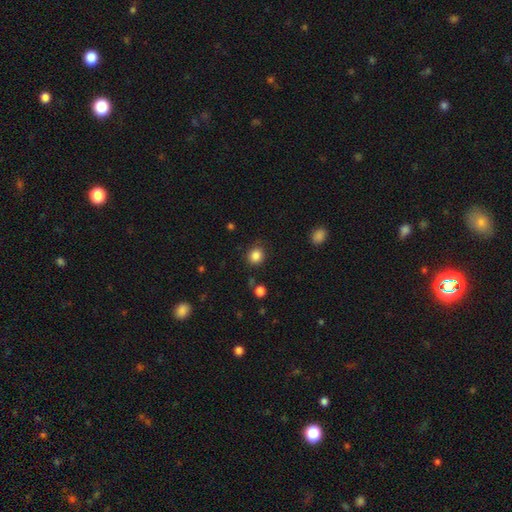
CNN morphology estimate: Smooth or featured?
  - smooth: 85% *
  - star or artifact: 11%
  - featured or disk: 4%
How rounded?
  - round: 83% *
  - in between: 16%
  - cigar-shaped: 1%
Merging?
  - none: 83% *
  - minor disturbance: 11%
  - major disturbance: 3%
  - merger: 2%